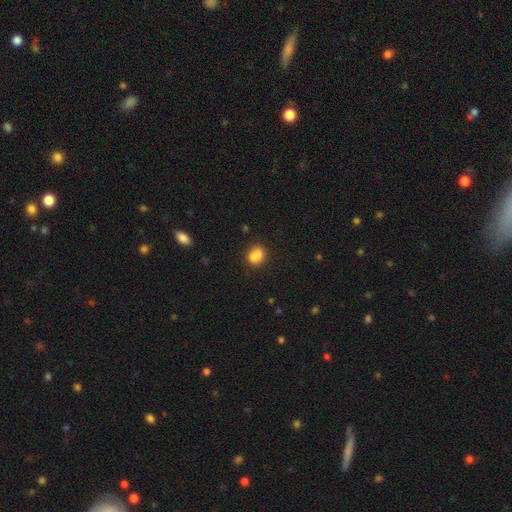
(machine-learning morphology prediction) smooth-or-featured: smooth: 79% | featured or disk: 11% | star or artifact: 10%
  how-rounded: round: 54% | in between: 45% | cigar-shaped: 1%
  merging: none: 48% | merger: 30% | minor disturbance: 17% | major disturbance: 6%